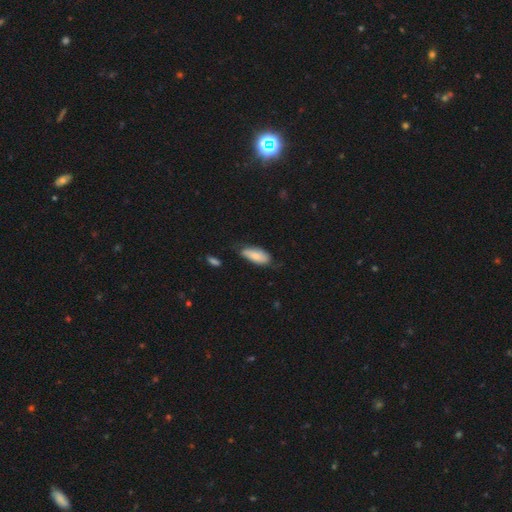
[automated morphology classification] This appears to be a smooth galaxy with no disk features (78%) that is in between round and cigar-shaped (83%). Merging: none (53%).